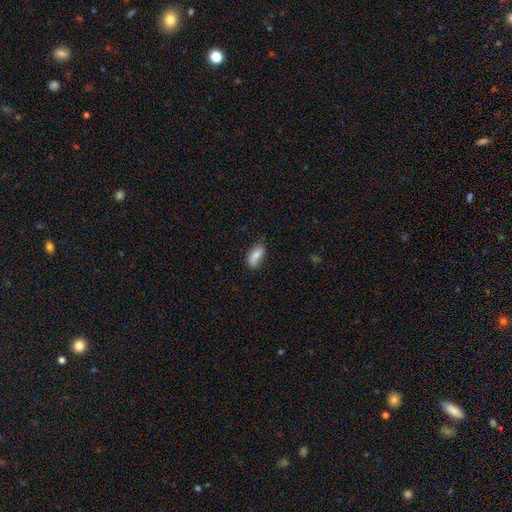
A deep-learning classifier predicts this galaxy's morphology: Q: Smooth or featured?
A: smooth (74%); runner-up: featured or disk (19%)
Q: How rounded?
A: in between (86%); runner-up: cigar-shaped (11%)
Q: Merging?
A: none (60%); runner-up: minor disturbance (28%)